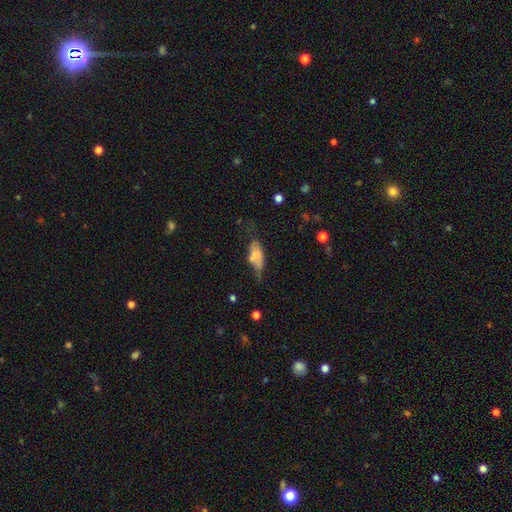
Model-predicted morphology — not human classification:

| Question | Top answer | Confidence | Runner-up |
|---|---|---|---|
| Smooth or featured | smooth | 67% | featured or disk (25%) |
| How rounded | in between | 77% | cigar-shaped (20%) |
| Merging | minor disturbance | 35% | none (33%) |